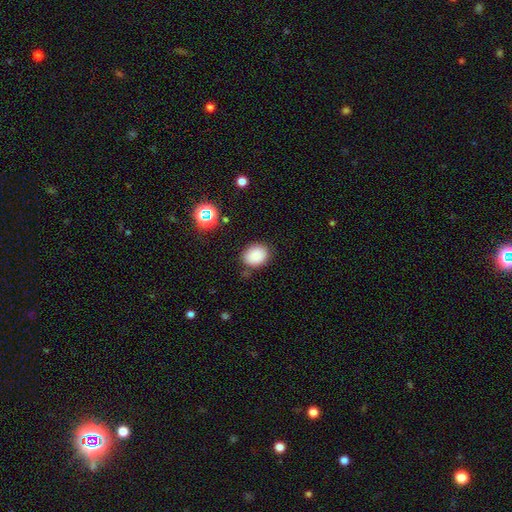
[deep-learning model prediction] Overall: smooth (86%). How rounded: in between (53%; round 46%). Merging: none (79%).